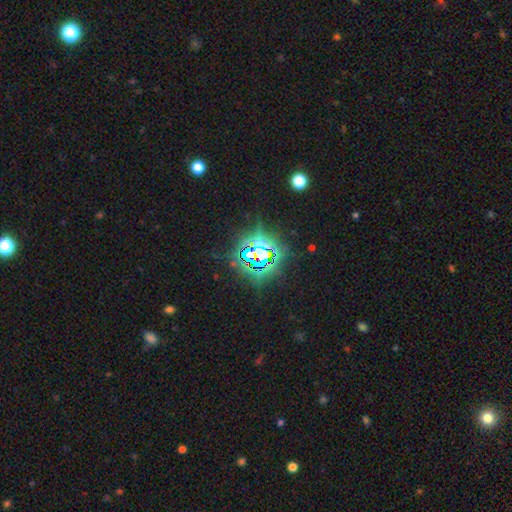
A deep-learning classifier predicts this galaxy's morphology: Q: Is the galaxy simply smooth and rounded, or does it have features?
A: star or artifact — 82%.